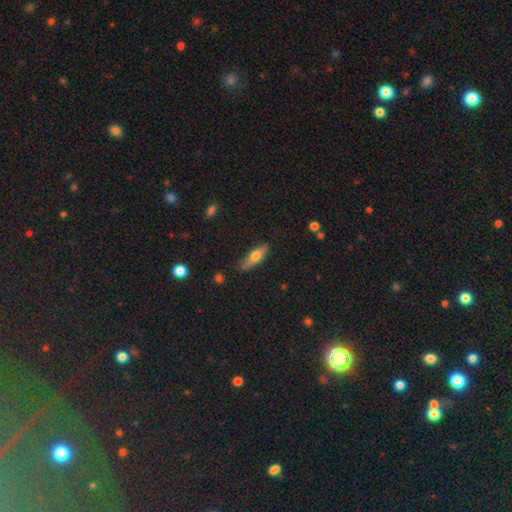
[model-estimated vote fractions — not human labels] Smooth or featured?
  - smooth: 63% *
  - featured or disk: 31%
  - star or artifact: 7%
How rounded?
  - cigar-shaped: 50% *
  - in between: 47%
  - round: 3%
Merging?
  - none: 78% *
  - minor disturbance: 17%
  - major disturbance: 3%
  - merger: 2%